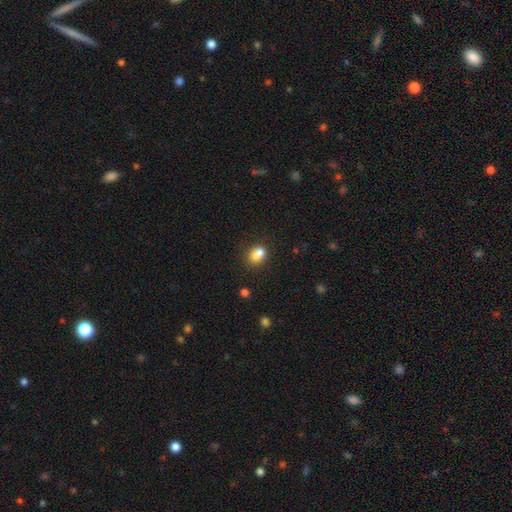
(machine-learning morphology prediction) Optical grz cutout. It shows a smooth galaxy with no disk features (76%) that is in between round and cigar-shaped (55%). Merging: none (41%).